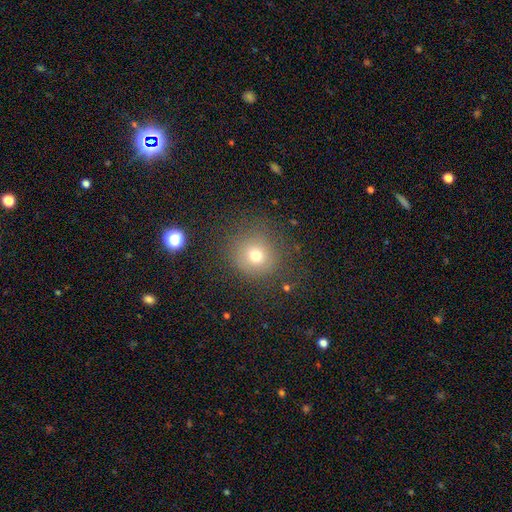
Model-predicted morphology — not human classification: Smooth or featured: smooth — 72% (star or artifact — 18%)
How rounded: round — 88% (in between — 11%)
Merging: none — 79% (minor disturbance — 12%)